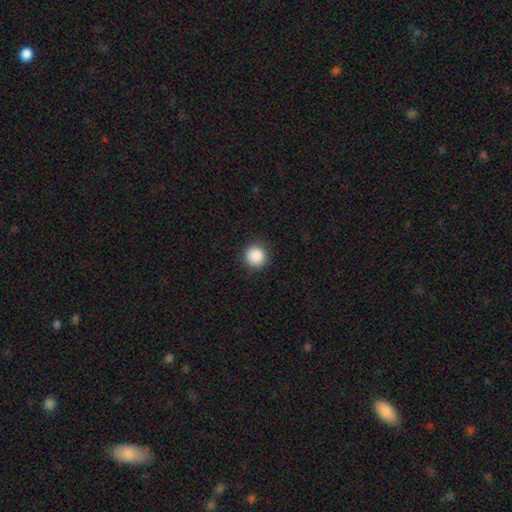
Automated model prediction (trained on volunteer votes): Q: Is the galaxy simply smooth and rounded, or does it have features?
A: smooth — 89%.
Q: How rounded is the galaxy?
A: round — 95%.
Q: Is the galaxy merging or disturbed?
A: none — 91%.